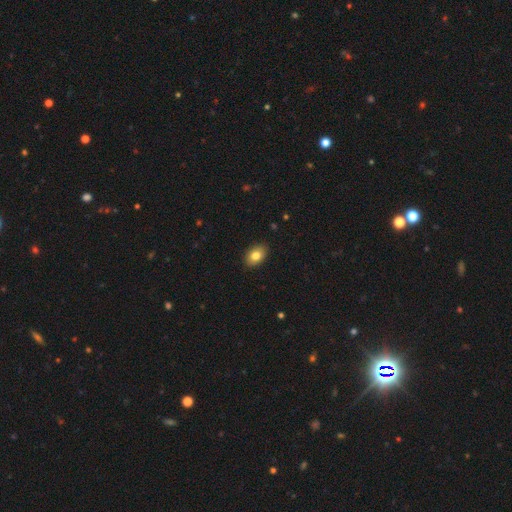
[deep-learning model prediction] Q: Smooth or featured?
A: smooth (81%); runner-up: featured or disk (10%)
Q: How rounded?
A: in between (83%); runner-up: round (16%)
Q: Merging?
A: none (89%); runner-up: minor disturbance (8%)